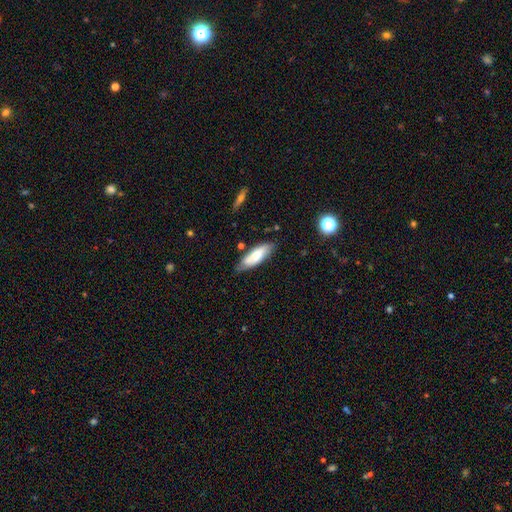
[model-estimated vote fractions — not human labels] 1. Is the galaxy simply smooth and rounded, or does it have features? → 71% smooth, 22% featured or disk, 6% star or artifact.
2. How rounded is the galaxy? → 58% in between, 41% cigar-shaped, 2% round.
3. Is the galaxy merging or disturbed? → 71% none, 21% minor disturbance, 4% merger, 4% major disturbance.